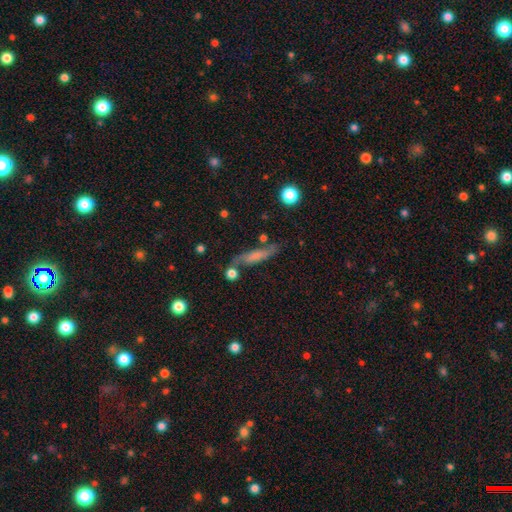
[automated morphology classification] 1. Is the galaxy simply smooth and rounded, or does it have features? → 50% smooth, 40% featured or disk, 10% star or artifact.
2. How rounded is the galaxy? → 82% cigar-shaped, 14% in between, 4% round.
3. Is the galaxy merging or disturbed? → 69% none, 18% minor disturbance, 8% merger, 6% major disturbance.